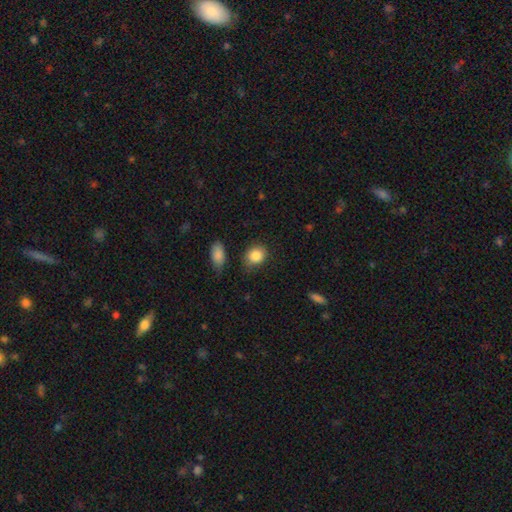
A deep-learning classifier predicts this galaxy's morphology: This is clearly a smooth galaxy (87%). How rounded: possibly round (54%). Merging: likely none (74%).